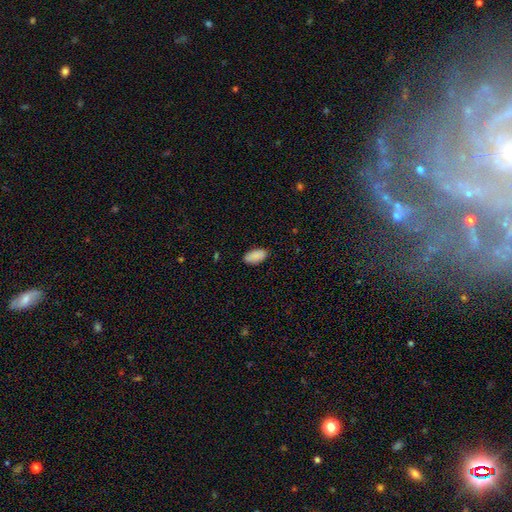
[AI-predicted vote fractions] Q: Smooth or featured?
A: smooth (90%); runner-up: star or artifact (6%)
Q: How rounded?
A: in between (94%); runner-up: cigar-shaped (4%)
Q: Merging?
A: none (87%); runner-up: minor disturbance (10%)